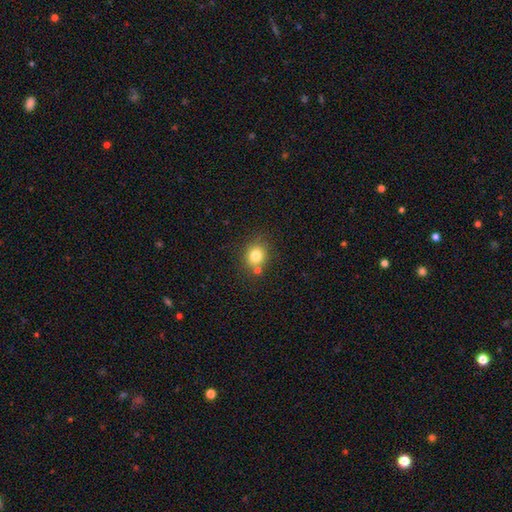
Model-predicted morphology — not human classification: This is likely a smooth galaxy (79%). How rounded: likely round (75%). Merging: likely none (71%).